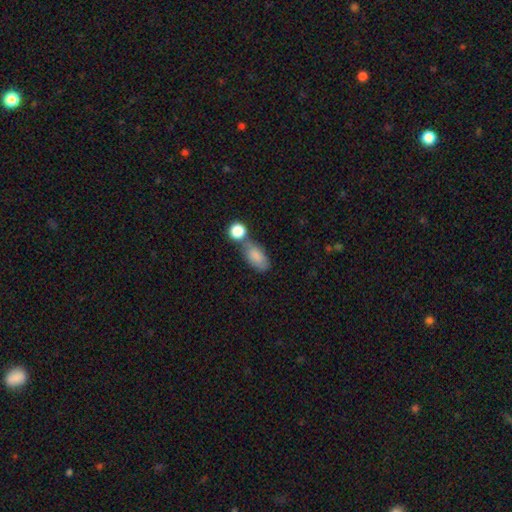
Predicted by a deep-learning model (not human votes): Smooth or featured: smooth — 84% (featured or disk — 9%)
How rounded: in between — 89% (round — 7%)
Merging: none — 47% (merger — 29%)